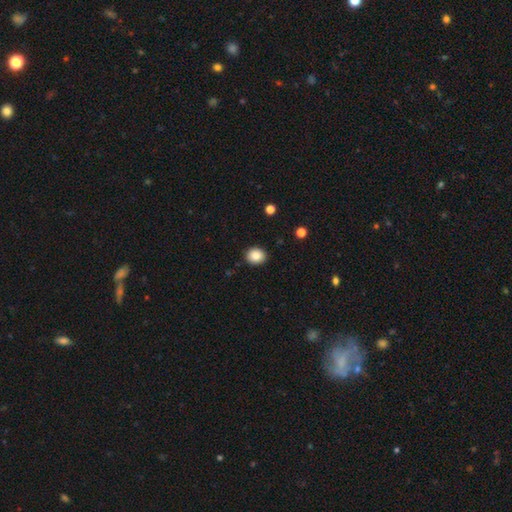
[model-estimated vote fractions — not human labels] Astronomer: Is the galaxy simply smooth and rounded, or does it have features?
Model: smooth — 87%.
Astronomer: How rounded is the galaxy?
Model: round — 65%.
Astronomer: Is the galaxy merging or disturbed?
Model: none — 90%.